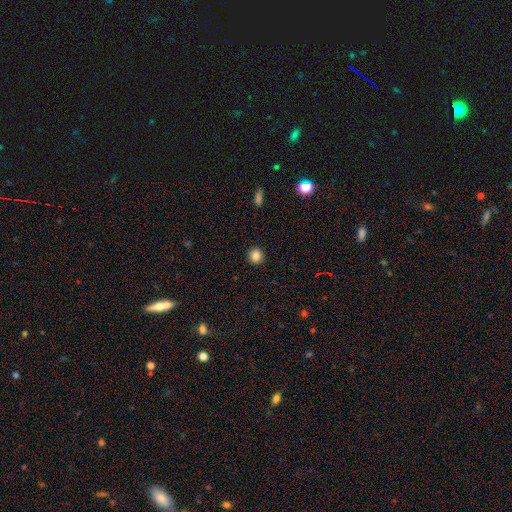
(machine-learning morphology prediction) Smooth or featured: smooth — 85% (star or artifact — 10%)
How rounded: round — 90% (in between — 9%)
Merging: none — 93% (minor disturbance — 5%)